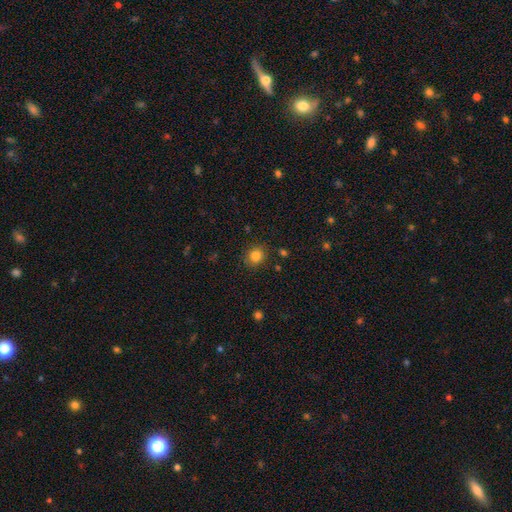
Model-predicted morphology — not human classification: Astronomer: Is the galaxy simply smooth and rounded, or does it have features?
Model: smooth — 83%.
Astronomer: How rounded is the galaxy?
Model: round — 84%.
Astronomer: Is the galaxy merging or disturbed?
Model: none — 87%.